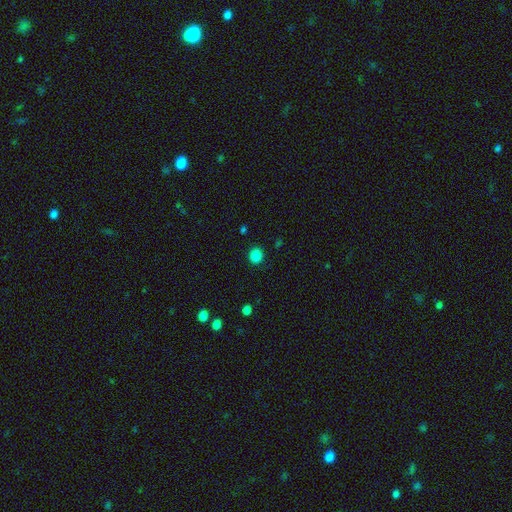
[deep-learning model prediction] Smooth or featured? Predicted: smooth (p=0.85). How rounded? Predicted: round (p=0.85). Merging? Predicted: none (p=0.90).